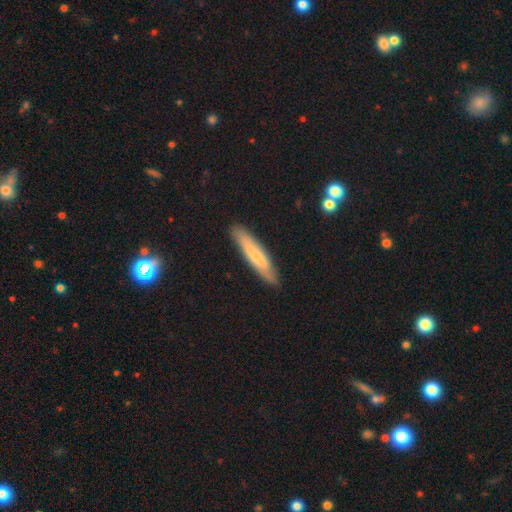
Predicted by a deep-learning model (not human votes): Smooth or featured: smooth — 60% (featured or disk — 35%)
How rounded: cigar-shaped — 86% (in between — 13%)
Merging: none — 86% (minor disturbance — 10%)